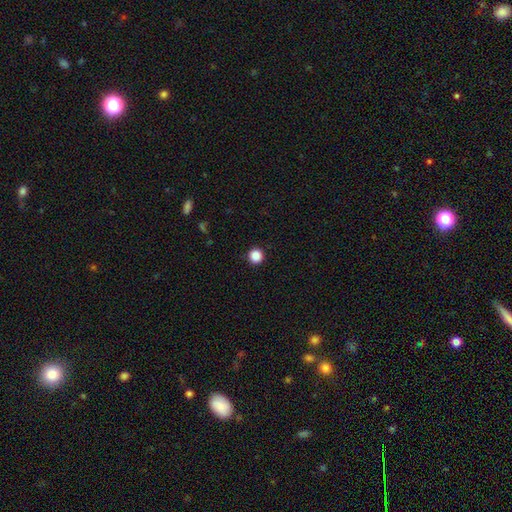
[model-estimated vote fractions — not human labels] The model was most divided on "smooth or featured": smooth: 88%, star or artifact: 10%, featured or disk: 2%. More confident: how rounded — round (96%); merging — none (93%).